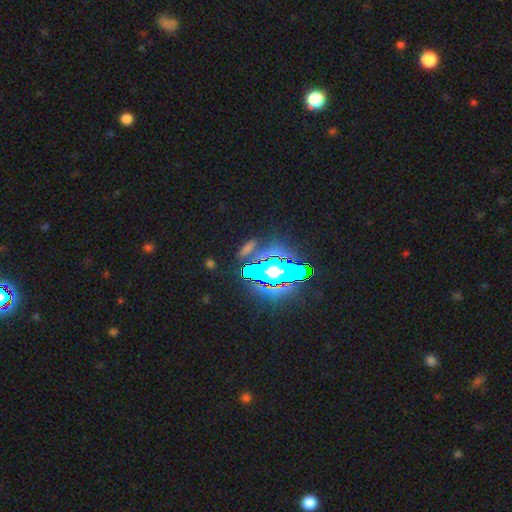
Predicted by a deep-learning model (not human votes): Smooth or featured? star or artifact (80%)